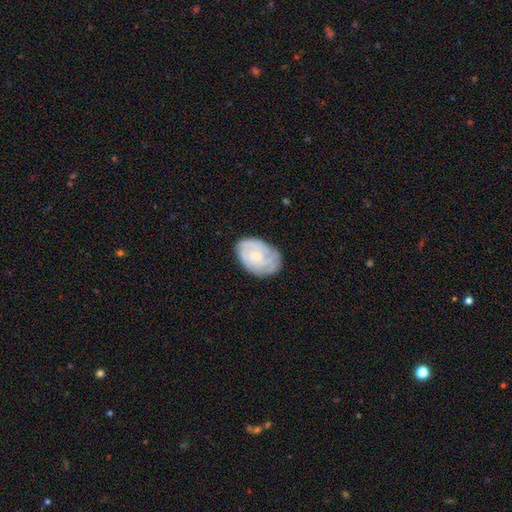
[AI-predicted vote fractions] smooth-or-featured: featured or disk: 62% | smooth: 31% | star or artifact: 6%
  disk-edge-on: no: 97% | yes: 3%
    bar: no: 81% | weak: 16% | strong: 2%
    has-spiral-arms: yes: 81% | no: 19%
    bulge-size: small: 70% | moderate: 26% | none: 2% | large: 1% | dominant: 1%
  merging: none: 76% | minor disturbance: 19% | major disturbance: 5% | merger: 1%